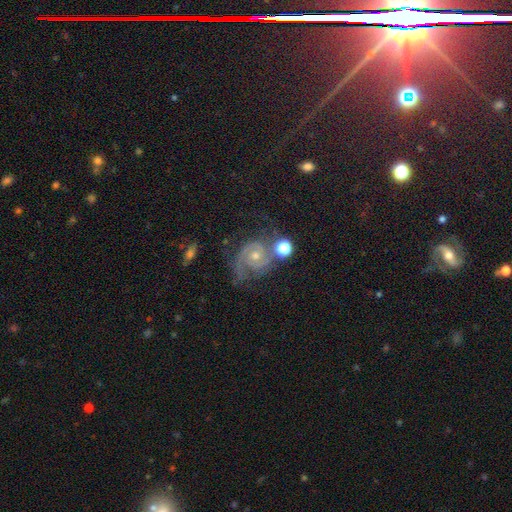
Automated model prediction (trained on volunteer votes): This appears to be a featured or disk galaxy (87%) with no bar (71%), 2 (77%) tight (53%) spiral arms (98%) and a small central bulge (51%). Merging: none (62%).